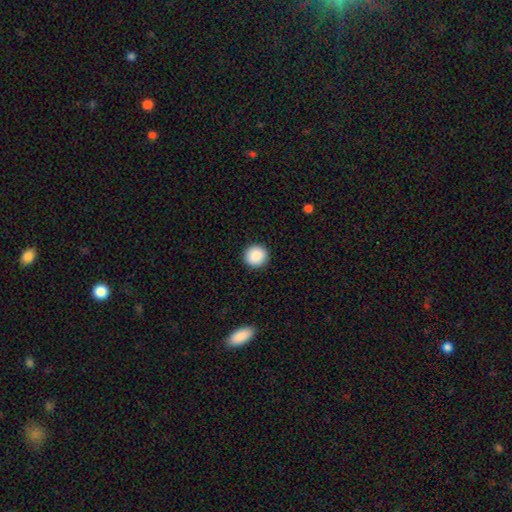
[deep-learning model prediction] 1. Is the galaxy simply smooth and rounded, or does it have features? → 89% smooth, 8% star or artifact, 3% featured or disk.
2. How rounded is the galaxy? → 94% round, 5% in between, 1% cigar-shaped.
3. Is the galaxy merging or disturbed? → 93% none, 4% minor disturbance, 2% major disturbance, 1% merger.